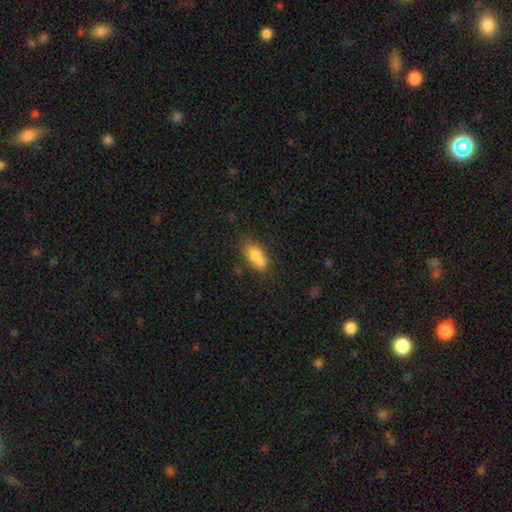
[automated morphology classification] The model was most divided on "merging": none: 46%, merger: 31%, minor disturbance: 18%, major disturbance: 6%. More confident: how rounded — in between (83%); smooth or featured — smooth (75%).